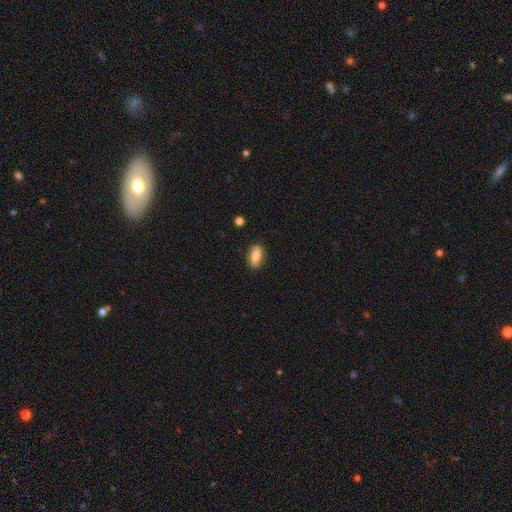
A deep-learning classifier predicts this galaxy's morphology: This is likely a smooth galaxy (64%). How rounded: likely in between (80%). Merging: clearly none (84%).